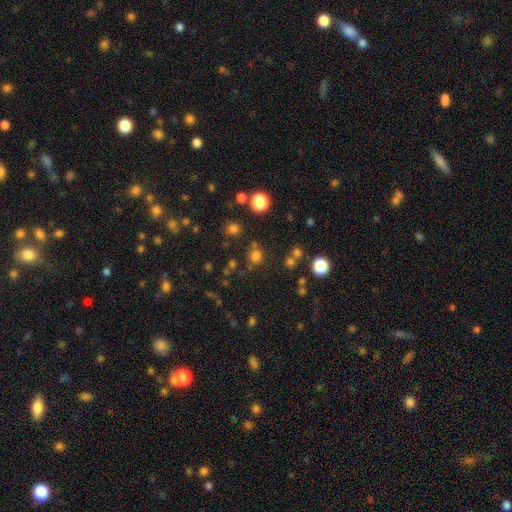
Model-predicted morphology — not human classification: Overall: smooth (69%). How rounded: round (81%). Merging: none (73%).